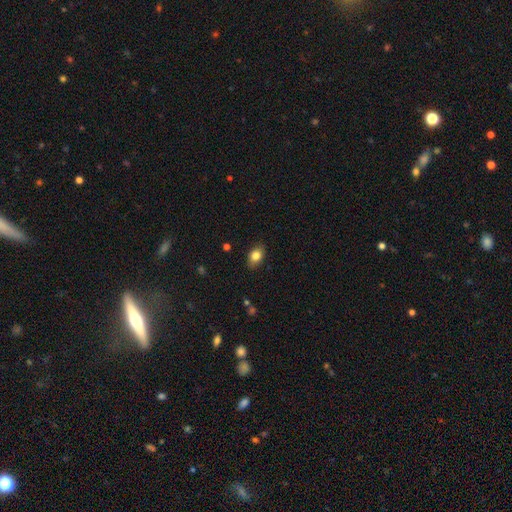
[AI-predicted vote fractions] The model was most divided on "how rounded": in between: 82%, round: 17%, cigar-shaped: 2%. More confident: merging — none (86%); smooth or featured — smooth (82%).